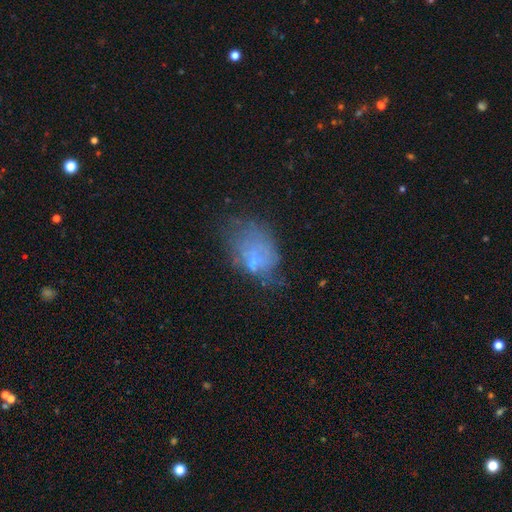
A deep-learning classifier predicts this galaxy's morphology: Smooth or featured? Predicted: smooth (p=0.46). Merging? Predicted: none (p=0.40).